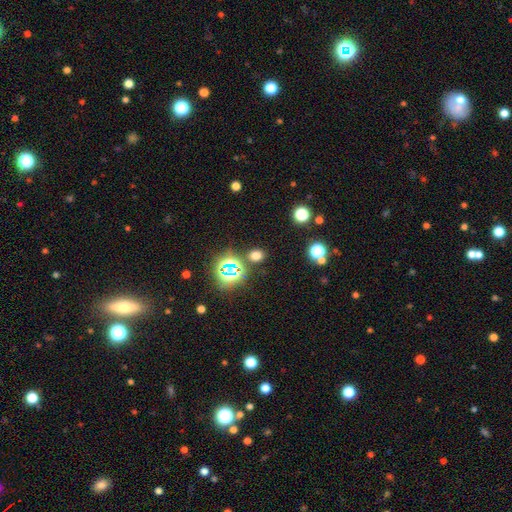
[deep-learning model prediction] Smooth or featured: smooth — 64% (star or artifact — 31%)
How rounded: round — 61% (in between — 37%)
Merging: none — 84% (minor disturbance — 8%)